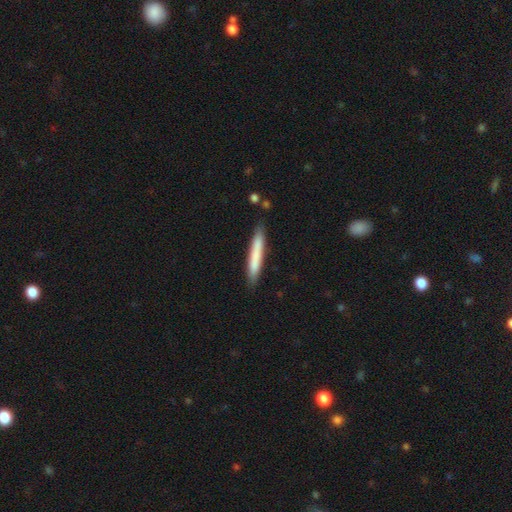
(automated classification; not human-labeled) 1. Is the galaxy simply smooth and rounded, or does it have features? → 74% smooth, 20% featured or disk, 6% star or artifact.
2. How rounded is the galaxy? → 94% cigar-shaped, 5% in between, 1% round.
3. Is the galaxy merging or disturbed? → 85% none, 11% minor disturbance, 2% merger, 2% major disturbance.